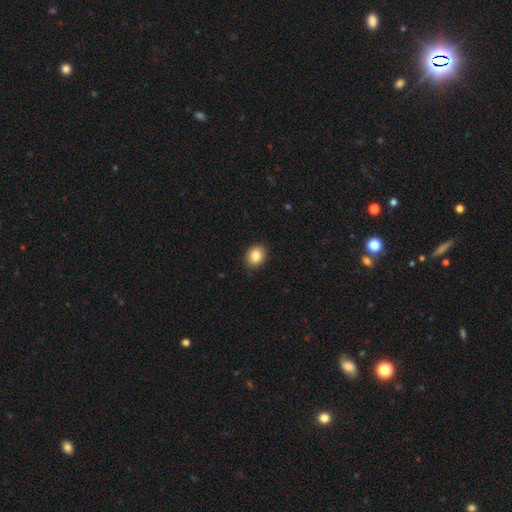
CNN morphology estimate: Q: Smooth or featured?
A: smooth (85%); runner-up: star or artifact (8%)
Q: How rounded?
A: in between (55%); runner-up: round (44%)
Q: Merging?
A: none (87%); runner-up: minor disturbance (10%)